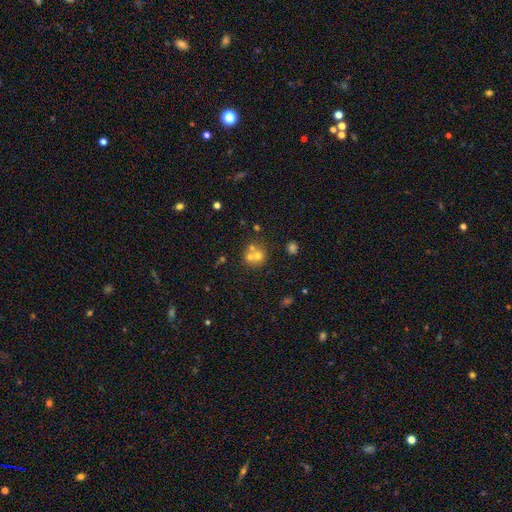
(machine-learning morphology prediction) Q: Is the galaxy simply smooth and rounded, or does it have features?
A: smooth — 59%.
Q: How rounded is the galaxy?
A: round — 83%.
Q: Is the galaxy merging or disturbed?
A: merger — 52%.